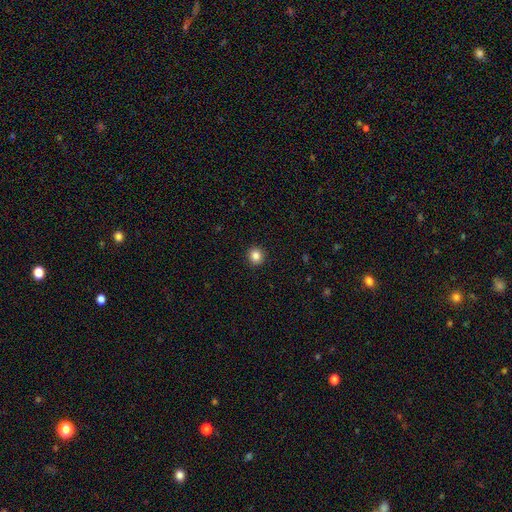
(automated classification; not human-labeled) Morphology: type=smooth (85%); roundness=round (91%); merging=none (93%).